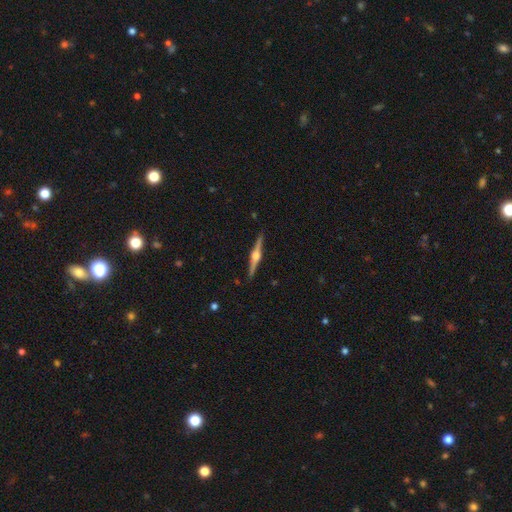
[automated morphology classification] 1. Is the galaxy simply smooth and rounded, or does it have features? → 84% featured or disk, 11% smooth, 5% star or artifact.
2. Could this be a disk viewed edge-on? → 99% yes, 1% no.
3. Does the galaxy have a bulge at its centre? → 93% rounded, 5% boxy, 2% none.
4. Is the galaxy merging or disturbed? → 92% none, 6% minor disturbance, 1% major disturbance, 1% merger.